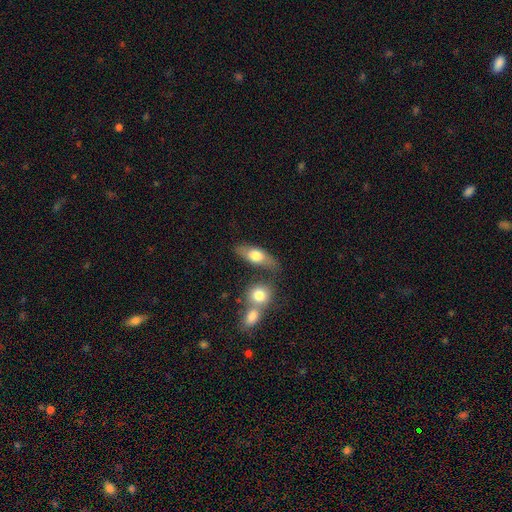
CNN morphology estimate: type=smooth (66%); roundness=in between (72%); merging=none (58%).